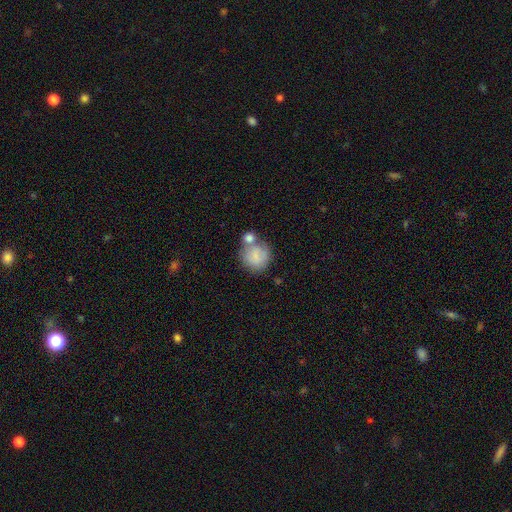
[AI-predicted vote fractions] Smooth or featured?
  - smooth: 78% *
  - featured or disk: 14%
  - star or artifact: 8%
How rounded?
  - round: 84% *
  - in between: 15%
  - cigar-shaped: 1%
Merging?
  - none: 41% *
  - merger: 37%
  - minor disturbance: 15%
  - major disturbance: 7%